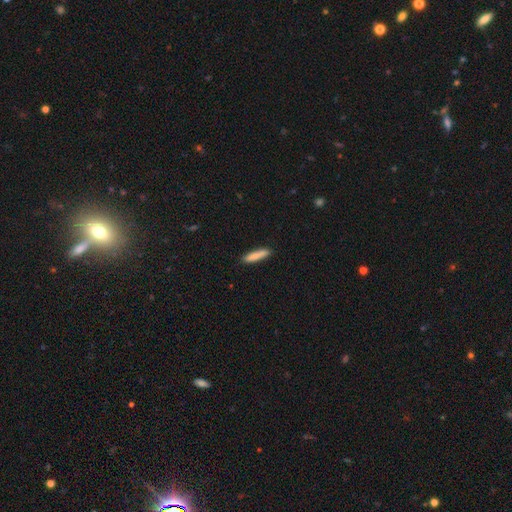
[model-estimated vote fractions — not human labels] Overall: smooth (85%). How rounded: cigar-shaped (85%). Merging: none (88%).